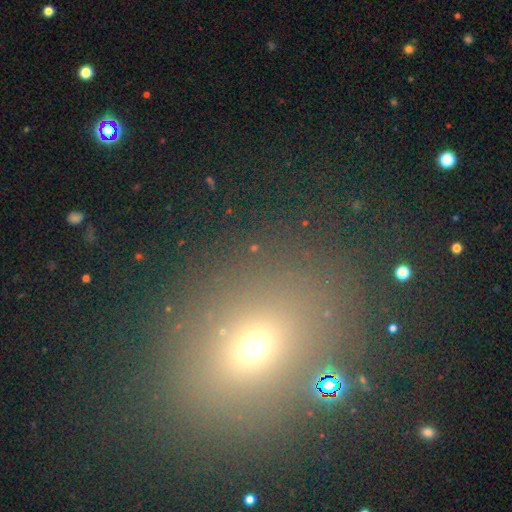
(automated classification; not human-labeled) The model was most divided on "how rounded": round: 53%, in between: 45%, cigar-shaped: 2%. More confident: merging — none (81%); smooth or featured — smooth (56%).